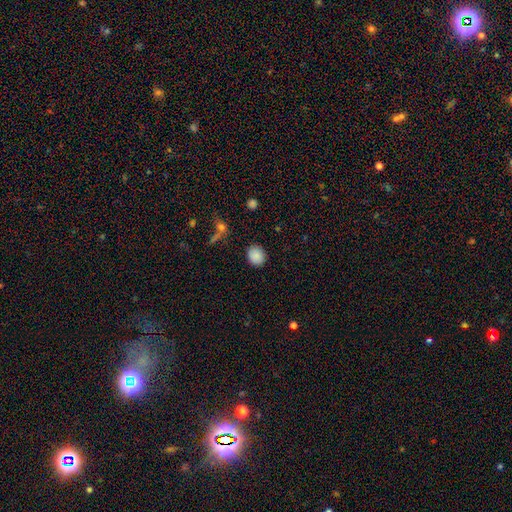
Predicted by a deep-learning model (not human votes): This is clearly a smooth galaxy (87%). How rounded: likely round (70%). Merging: clearly none (87%).